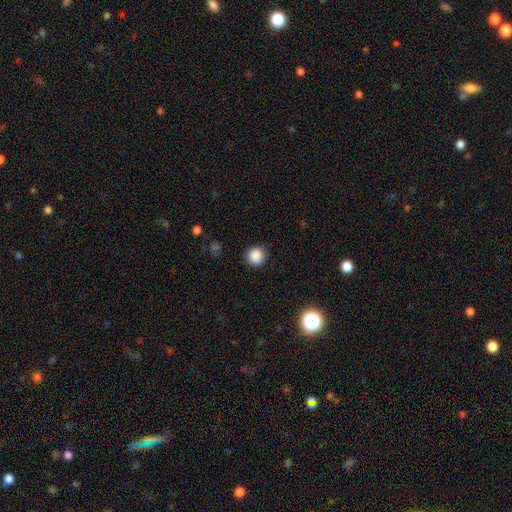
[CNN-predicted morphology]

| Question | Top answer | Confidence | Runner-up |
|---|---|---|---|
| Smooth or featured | smooth | 87% | star or artifact (11%) |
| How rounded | round | 94% | in between (5%) |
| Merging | none | 91% | minor disturbance (6%) |